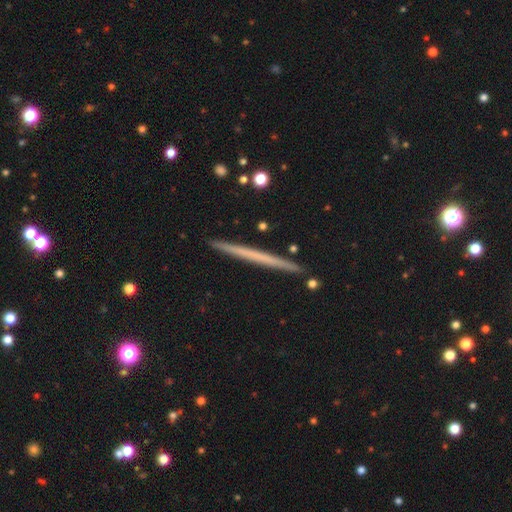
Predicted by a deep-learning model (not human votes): Smooth or featured? Predicted: featured or disk (p=0.53). Edge-on disk? Predicted: yes (p=0.98). Edge-on bulge? Predicted: none (p=0.93). Merging? Predicted: none (p=0.91).